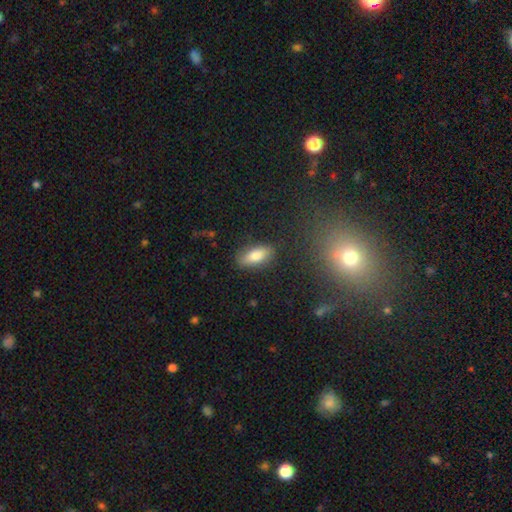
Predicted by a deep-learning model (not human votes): This is likely a smooth galaxy (79%). How rounded: likely in between (78%). Merging: clearly none (85%).